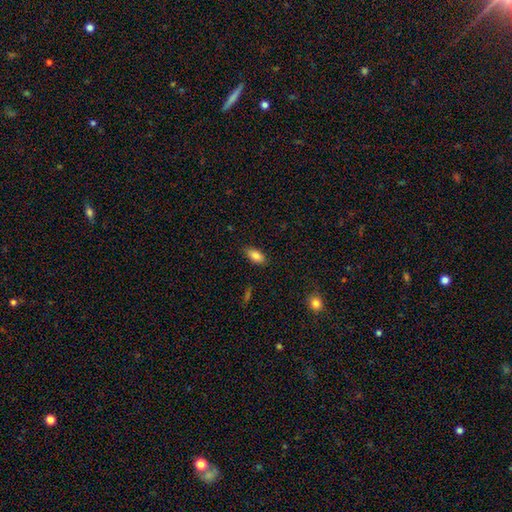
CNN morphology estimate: Smooth or featured? Predicted: smooth (p=0.84). How rounded? Predicted: in between (p=0.89). Merging? Predicted: none (p=0.84).